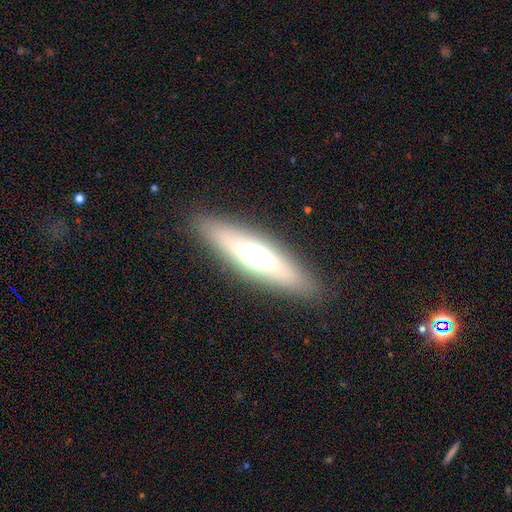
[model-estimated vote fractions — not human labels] A featured or disk galaxy (50%).

Vote fractions:
- Smooth or featured? featured or disk: 50% / smooth: 42% / star or artifact: 8%
- Merging? none: 88% / minor disturbance: 9% / major disturbance: 3% / merger: 1%